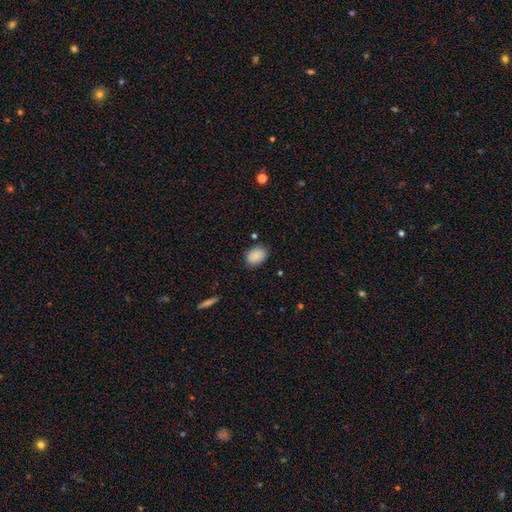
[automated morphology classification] A smooth galaxy with no disk features (84%) that is in between round and cigar-shaped (76%). Merging: none (80%).